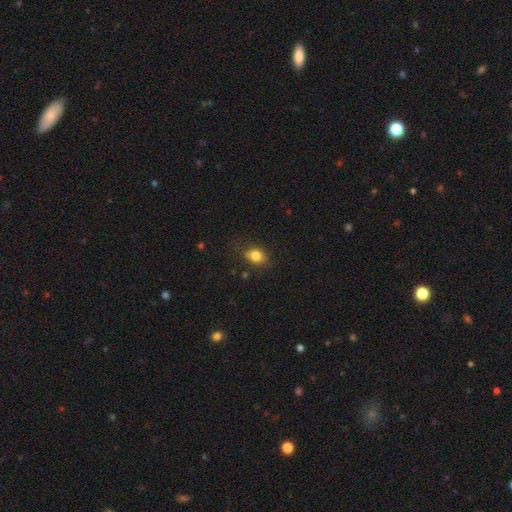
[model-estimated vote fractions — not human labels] Morphology: type=smooth (80%); roundness=in between (54%); merging=none (71%).